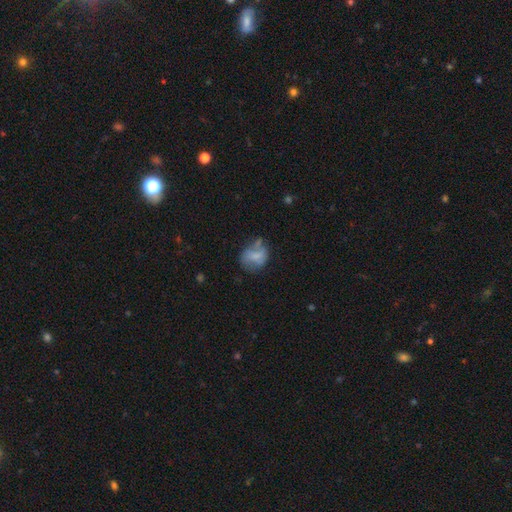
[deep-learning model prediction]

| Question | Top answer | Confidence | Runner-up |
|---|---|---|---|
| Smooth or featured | smooth | 62% | featured or disk (29%) |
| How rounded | round | 52% | in between (47%) |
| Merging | none | 43% | minor disturbance (30%) |